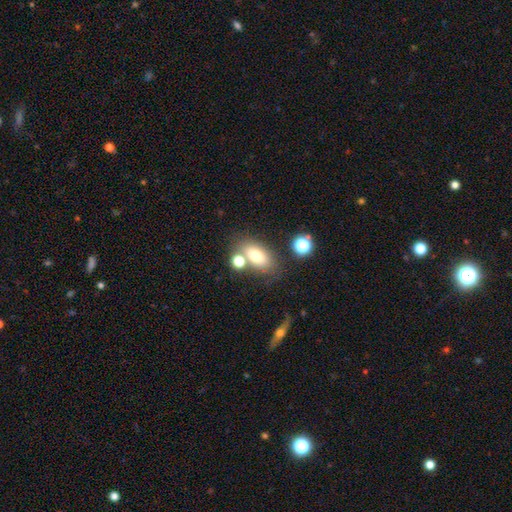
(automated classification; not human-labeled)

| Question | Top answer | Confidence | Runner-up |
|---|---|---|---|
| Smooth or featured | smooth | 73% | featured or disk (15%) |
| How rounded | in between | 83% | round (13%) |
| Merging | none | 62% | merger (18%) |